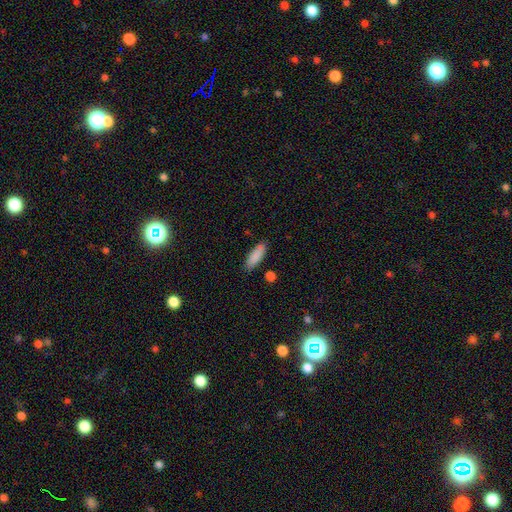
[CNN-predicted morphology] Smooth or featured?
  - smooth: 88% *
  - star or artifact: 6%
  - featured or disk: 6%
How rounded?
  - in between: 59% *
  - cigar-shaped: 39%
  - round: 2%
Merging?
  - none: 83% *
  - minor disturbance: 12%
  - merger: 3%
  - major disturbance: 2%